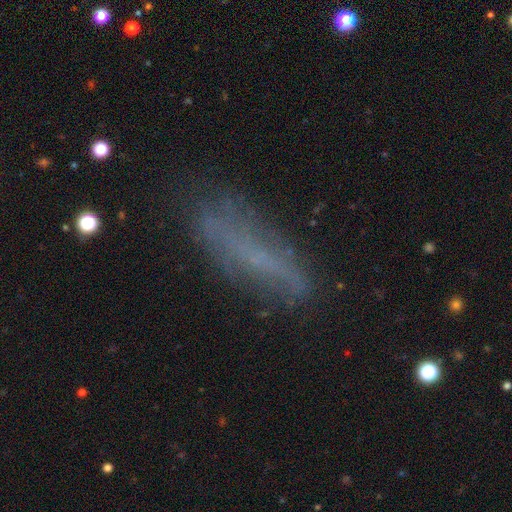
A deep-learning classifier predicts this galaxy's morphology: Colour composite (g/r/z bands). It shows a smooth galaxy with no disk features (47%). Merging: none (61%).